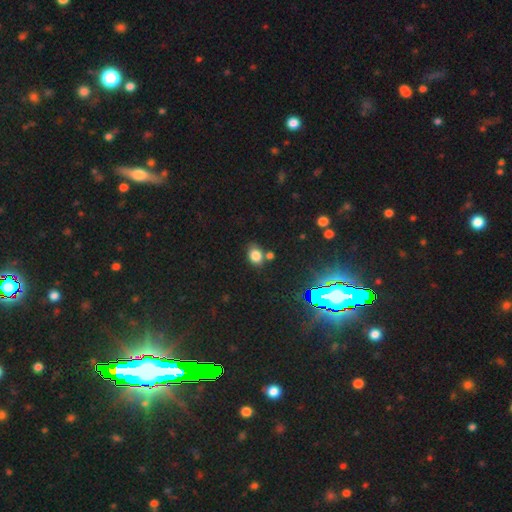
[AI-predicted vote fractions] A smooth galaxy with no disk features (77%) that is in between round and cigar-shaped (58%).

Vote fractions:
- Smooth or featured? smooth: 77% / star or artifact: 16% / featured or disk: 7%
- How rounded? in between: 58% / round: 41% / cigar-shaped: 1%
- Merging? none: 66% / merger: 16% / minor disturbance: 14% / major disturbance: 4%